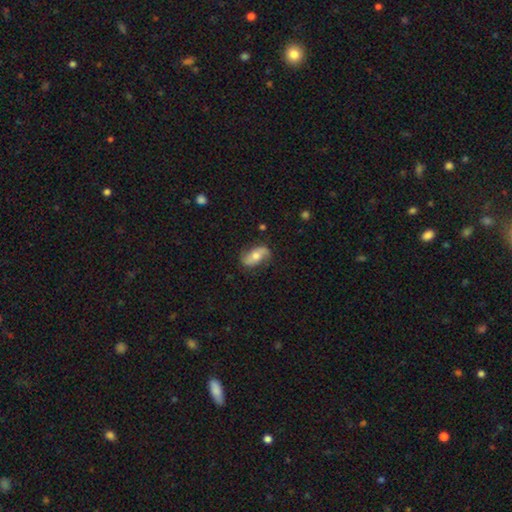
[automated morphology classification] A featured or disk galaxy (56%) with no bar (58%), spiral arms (83%) and a moderate central bulge (66%). Merging: none (76%).